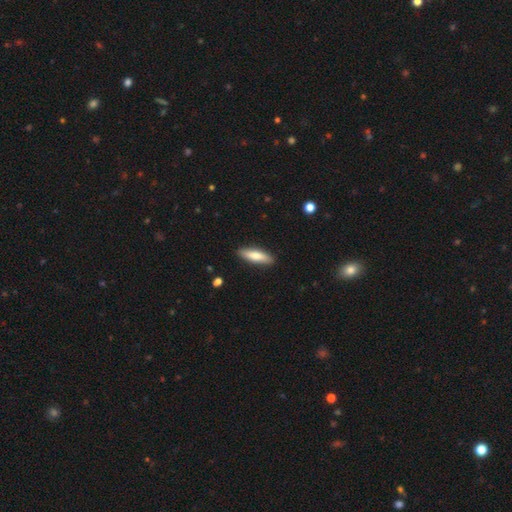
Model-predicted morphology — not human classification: Smooth or featured? Predicted: smooth (p=0.76). How rounded? Predicted: cigar-shaped (p=0.61). Merging? Predicted: none (p=0.89).